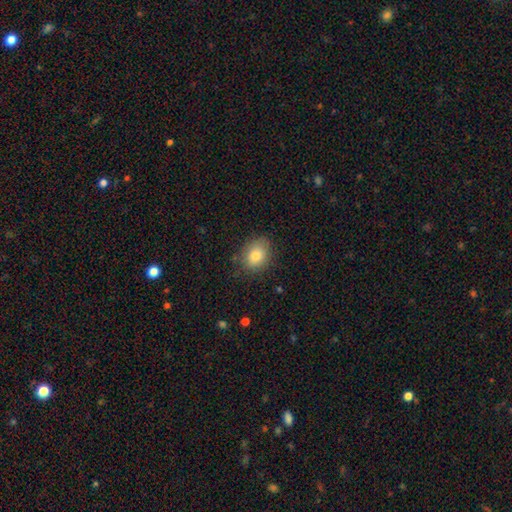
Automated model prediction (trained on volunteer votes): Morphology: type=smooth (81%); roundness=round (50%); merging=none (80%).